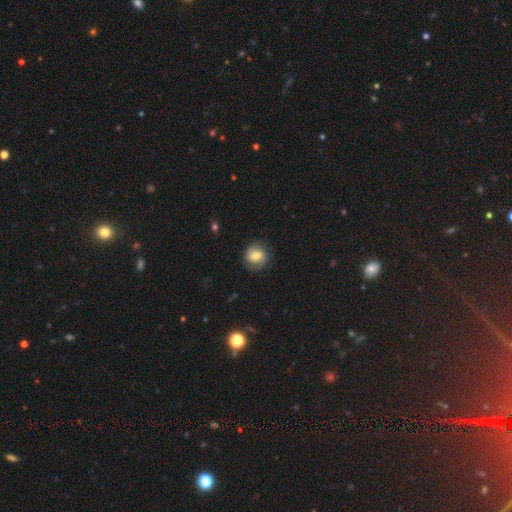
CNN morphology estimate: Q: Smooth or featured?
A: featured or disk (49%); runner-up: smooth (42%)
Q: Merging?
A: none (80%); runner-up: minor disturbance (13%)